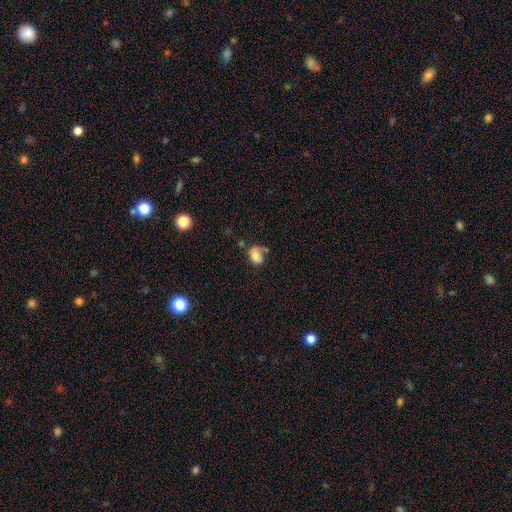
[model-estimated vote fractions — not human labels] This appears to be a smooth galaxy with no disk features (65%) that is in between round and cigar-shaped (58%). Merging: none (37%).